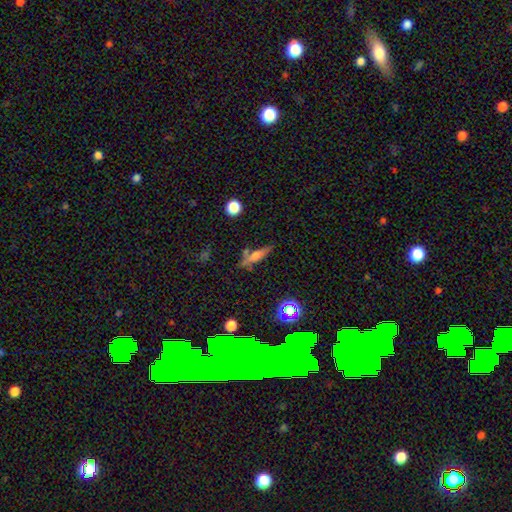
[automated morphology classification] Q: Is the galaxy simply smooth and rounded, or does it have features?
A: smooth — 51%.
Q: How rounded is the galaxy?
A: cigar-shaped — 65%.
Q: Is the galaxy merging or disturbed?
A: none — 62%.